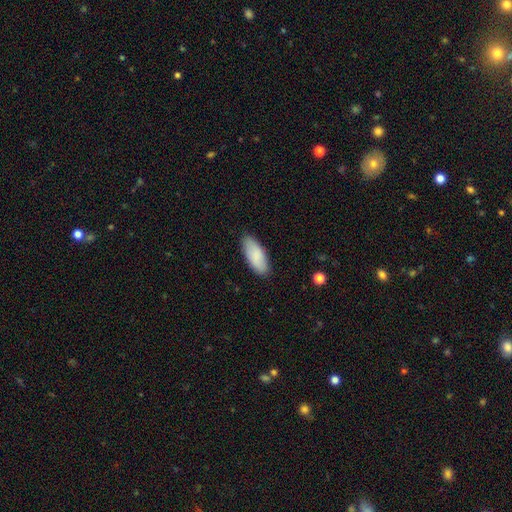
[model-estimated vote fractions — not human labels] A smooth galaxy with no disk features (86%) that is in between round and cigar-shaped (83%). Merging: none (87%).